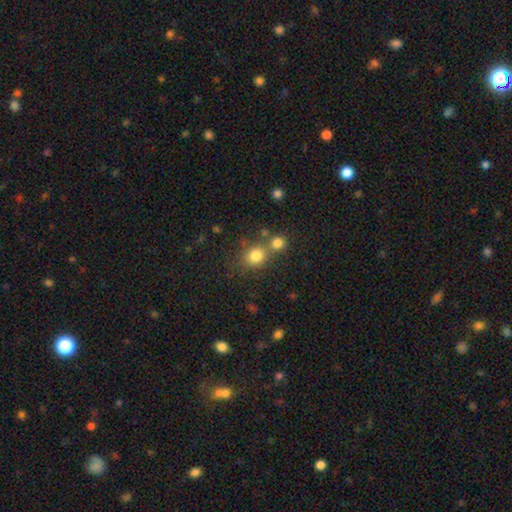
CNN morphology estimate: type=smooth (80%); roundness=round (77%); merging=none (57%).